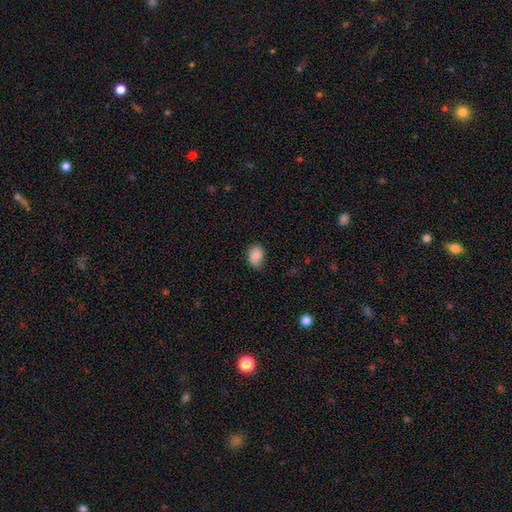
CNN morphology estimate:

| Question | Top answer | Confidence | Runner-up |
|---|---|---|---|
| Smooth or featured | smooth | 88% | star or artifact (8%) |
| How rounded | in between | 78% | round (20%) |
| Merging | none | 73% | minor disturbance (21%) |